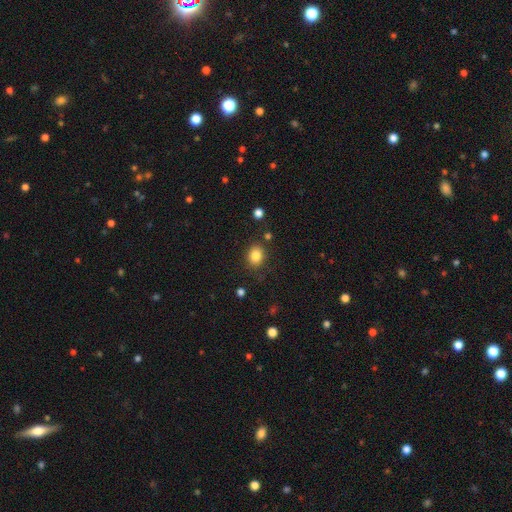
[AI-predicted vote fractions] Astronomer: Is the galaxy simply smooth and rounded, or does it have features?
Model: smooth — 83%.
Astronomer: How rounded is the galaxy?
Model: round — 54% (runner-up: in between, 46%).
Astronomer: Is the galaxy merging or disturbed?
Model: none — 82%.